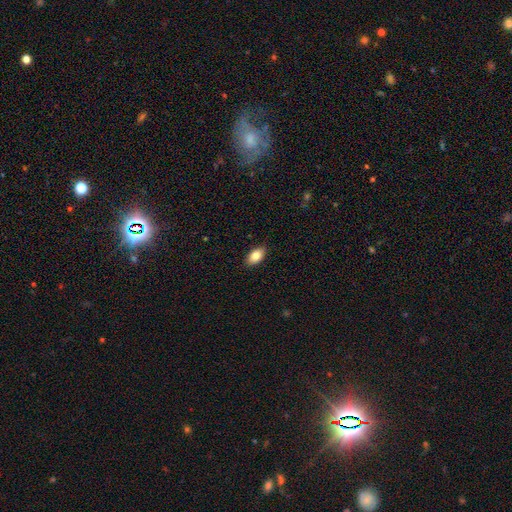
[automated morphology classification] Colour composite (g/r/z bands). It shows a smooth galaxy with no disk features (83%) that is in between round and cigar-shaped (92%). Merging: none (88%).